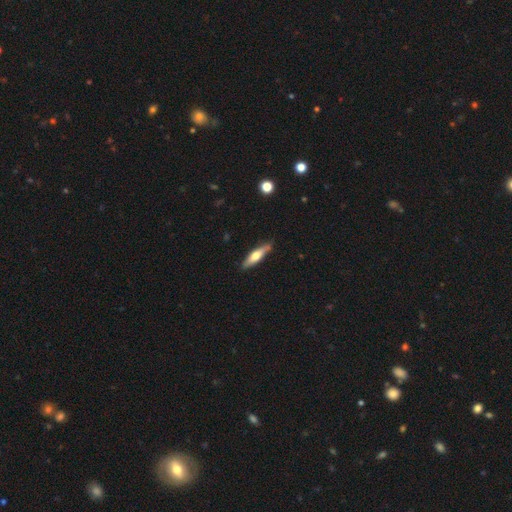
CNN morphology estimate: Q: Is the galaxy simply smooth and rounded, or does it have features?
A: smooth — 51%.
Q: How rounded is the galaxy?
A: cigar-shaped — 72%.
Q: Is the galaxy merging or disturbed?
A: none — 84%.